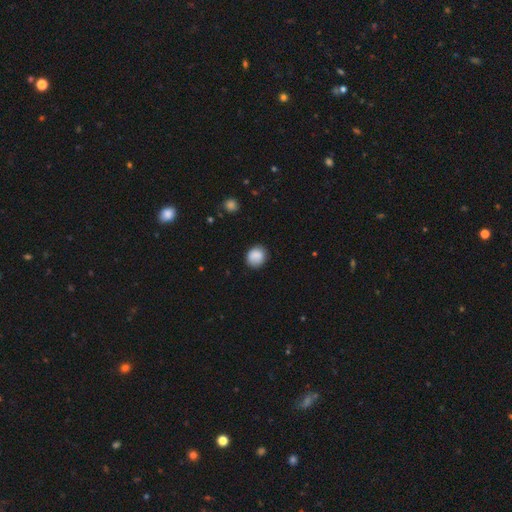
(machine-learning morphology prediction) smooth_or_featured: smooth (p=0.86) [alt: star or artifact p=0.08]
how_rounded: round (p=0.78) [alt: in between p=0.21]
merging: none (p=0.80) [alt: minor disturbance p=0.15]